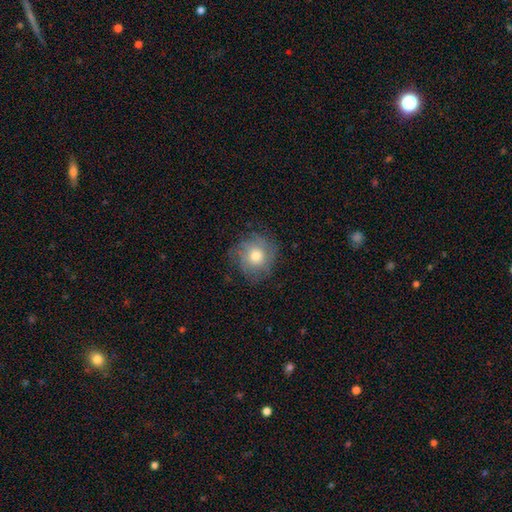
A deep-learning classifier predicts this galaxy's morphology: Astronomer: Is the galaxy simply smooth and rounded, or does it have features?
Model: smooth — 55% (runner-up: featured or disk, 35%).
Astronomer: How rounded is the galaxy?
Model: round — 90%.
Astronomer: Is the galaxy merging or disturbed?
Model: none — 72%.